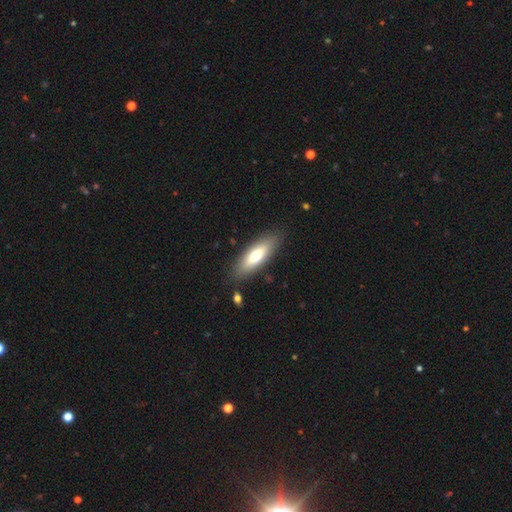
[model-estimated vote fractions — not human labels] smooth-or-featured: smooth: 70% | featured or disk: 25% | star or artifact: 6%
  how-rounded: in between: 57% | cigar-shaped: 42% | round: 2%
  merging: none: 84% | minor disturbance: 11% | major disturbance: 3% | merger: 2%